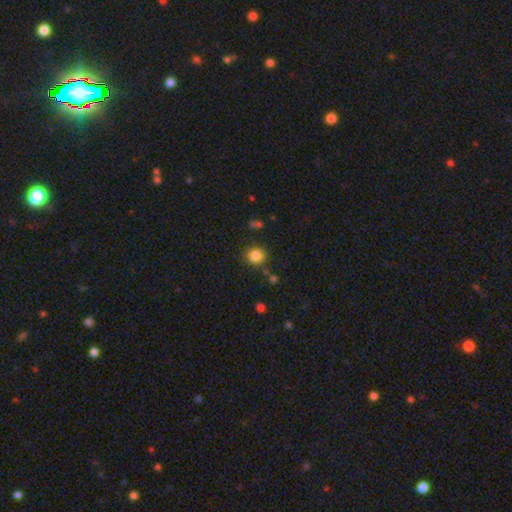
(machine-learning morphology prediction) A smooth galaxy with no disk features (84%) that is round (89%).

Vote fractions:
- Smooth or featured? smooth: 84% / star or artifact: 12% / featured or disk: 5%
- How rounded? round: 89% / in between: 10% / cigar-shaped: 1%
- Merging? none: 82% / minor disturbance: 10% / merger: 4% / major disturbance: 3%